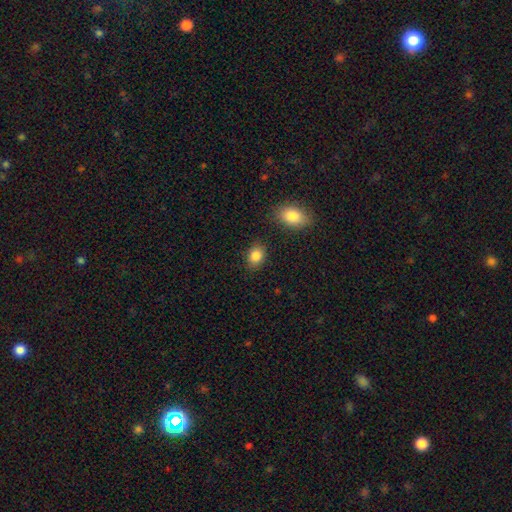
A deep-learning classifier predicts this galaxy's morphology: Smooth or featured? Predicted: smooth (p=0.86). How rounded? Predicted: in between (p=0.67). Merging? Predicted: none (p=0.83).